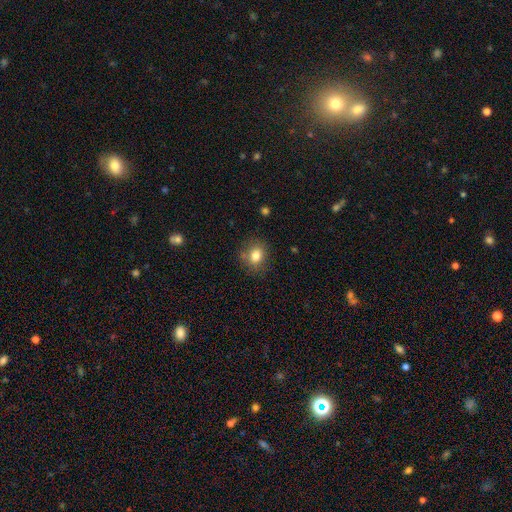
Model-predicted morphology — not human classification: Smooth or featured: smooth — 80% (star or artifact — 11%)
How rounded: round — 58% (in between — 41%)
Merging: none — 77% (minor disturbance — 16%)